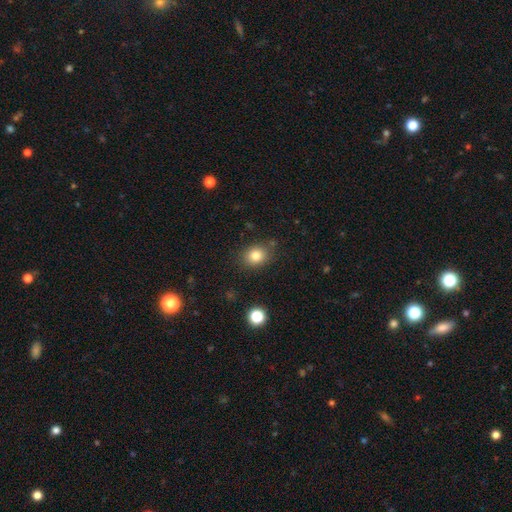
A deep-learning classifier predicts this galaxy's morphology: smooth-or-featured: smooth: 82% | star or artifact: 11% | featured or disk: 7%
  how-rounded: round: 59% | in between: 40% | cigar-shaped: 1%
  merging: none: 80% | minor disturbance: 13% | major disturbance: 4% | merger: 3%